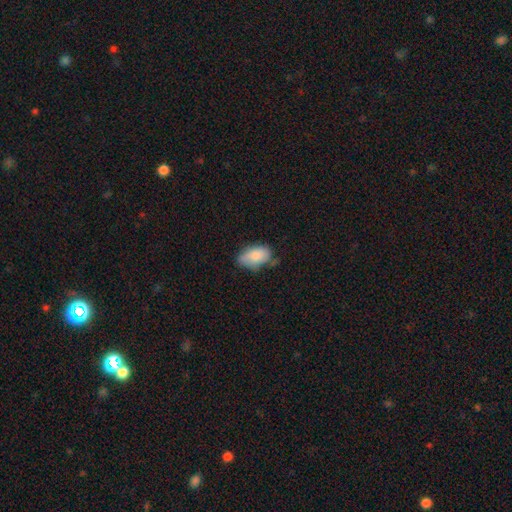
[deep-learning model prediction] The model was most divided on "merging": none: 54%, minor disturbance: 34%, major disturbance: 7%, merger: 4%. More confident: how rounded — in between (92%); smooth or featured — smooth (81%).